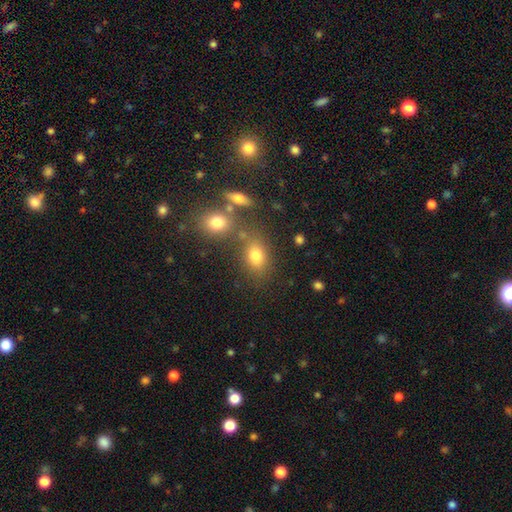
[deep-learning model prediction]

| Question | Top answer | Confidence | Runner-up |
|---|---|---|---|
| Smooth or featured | smooth | 74% | star or artifact (14%) |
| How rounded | in between | 70% | round (27%) |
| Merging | none | 62% | merger (20%) |